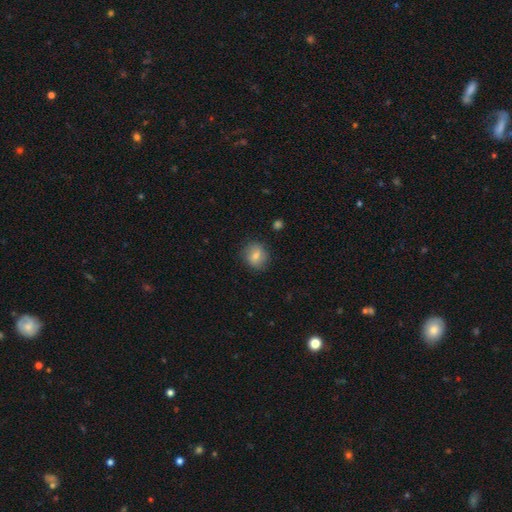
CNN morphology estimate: Smooth or featured? smooth (76%)
How rounded? round (74%)
Merging? none (83%)